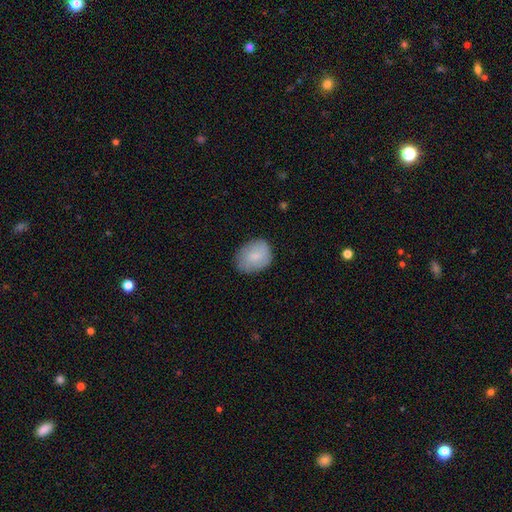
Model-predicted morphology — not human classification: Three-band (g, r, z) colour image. It shows a smooth galaxy with no disk features (81%) that is in between round and cigar-shaped (58%). Merging: none (76%).